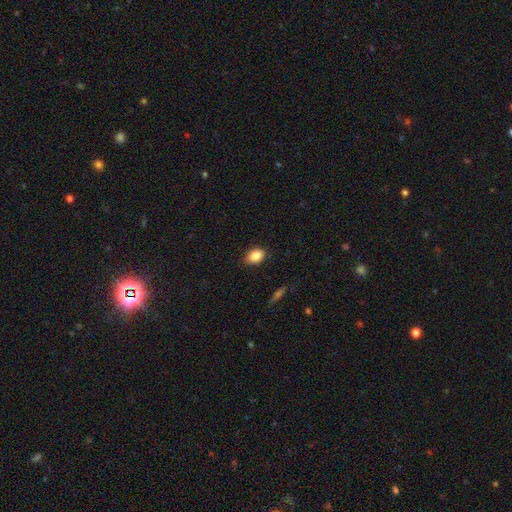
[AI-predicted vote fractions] smooth-or-featured: smooth: 87% | star or artifact: 8% | featured or disk: 5%
  how-rounded: in between: 75% | round: 23% | cigar-shaped: 1%
  merging: none: 82% | minor disturbance: 14% | major disturbance: 3% | merger: 1%